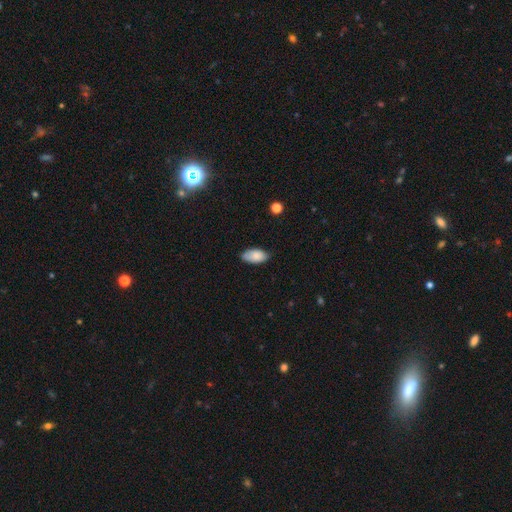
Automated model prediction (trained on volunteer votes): Smooth or featured? smooth (84%)
How rounded? in between (94%)
Merging? none (76%)